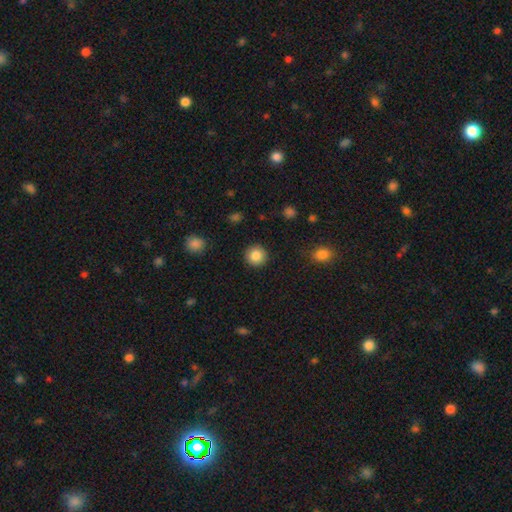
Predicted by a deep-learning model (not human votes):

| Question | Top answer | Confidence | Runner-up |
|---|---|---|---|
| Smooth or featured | smooth | 86% | star or artifact (9%) |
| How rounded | round | 94% | in between (5%) |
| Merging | none | 91% | minor disturbance (5%) |